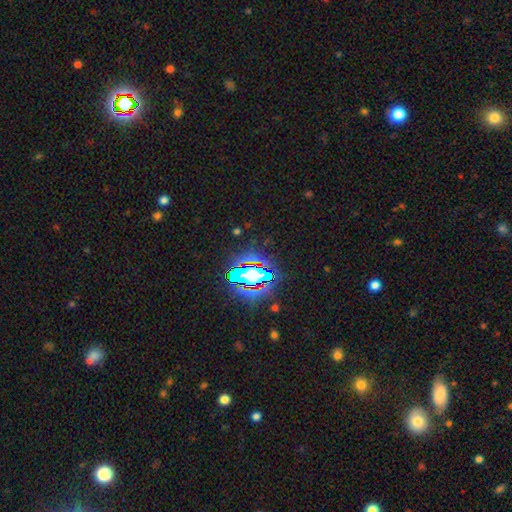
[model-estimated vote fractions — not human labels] smooth_or_featured: star or artifact (p=0.81) [alt: smooth p=0.11]